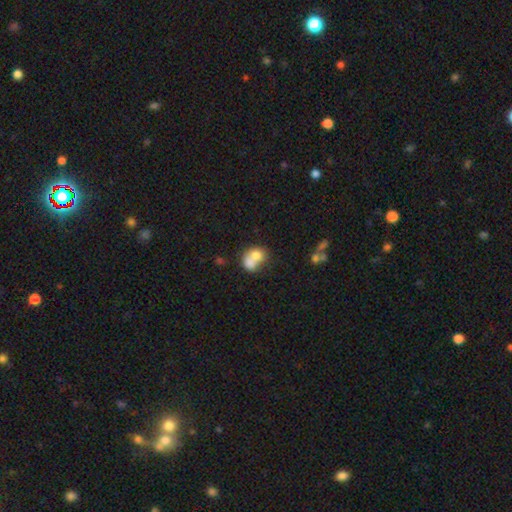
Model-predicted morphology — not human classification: Smooth or featured? Predicted: smooth (p=0.70). How rounded? Predicted: round (p=0.54). Merging? Predicted: merger (p=0.67).